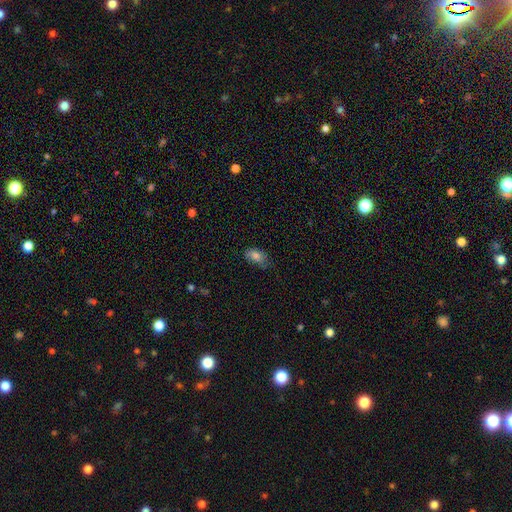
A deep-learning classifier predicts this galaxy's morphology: smooth 81%, featured or disk 11%, star or artifact 9%. Down the decision tree: how rounded — in between (90%); merging — none (59%).